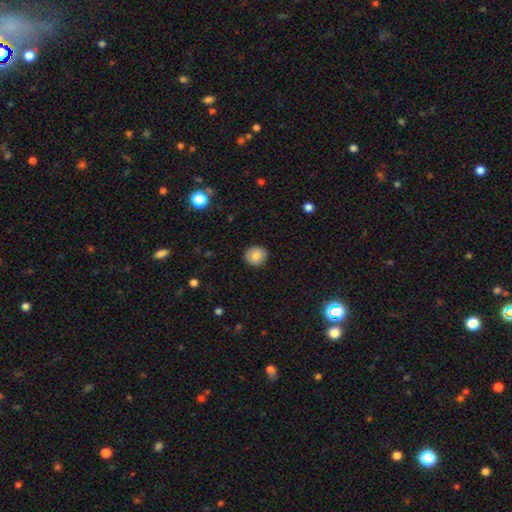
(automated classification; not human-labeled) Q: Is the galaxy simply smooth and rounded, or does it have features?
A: smooth — 84%.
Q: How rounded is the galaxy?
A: round — 86%.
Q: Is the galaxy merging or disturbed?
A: none — 90%.